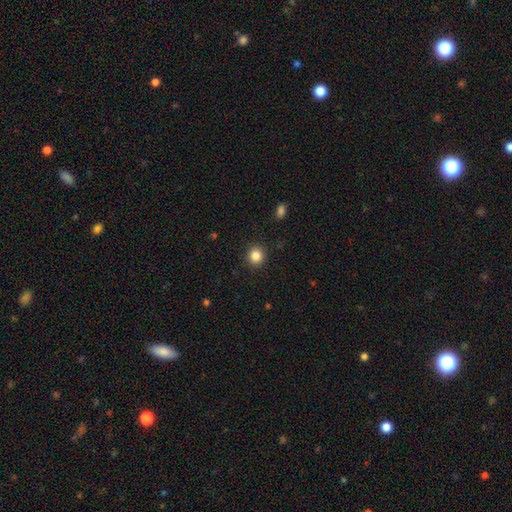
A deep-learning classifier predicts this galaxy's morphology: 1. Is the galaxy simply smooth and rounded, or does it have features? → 85% smooth, 11% star or artifact, 4% featured or disk.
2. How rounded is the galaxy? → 91% round, 8% in between, 1% cigar-shaped.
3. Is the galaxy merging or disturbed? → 91% none, 6% minor disturbance, 2% major disturbance, 1% merger.